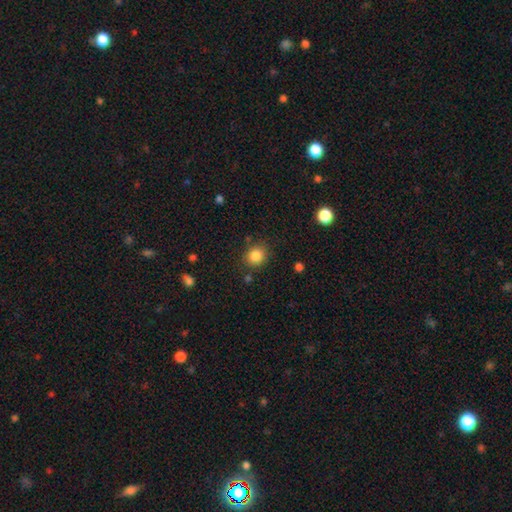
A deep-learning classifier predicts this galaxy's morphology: type=smooth (85%); roundness=round (76%); merging=none (82%).